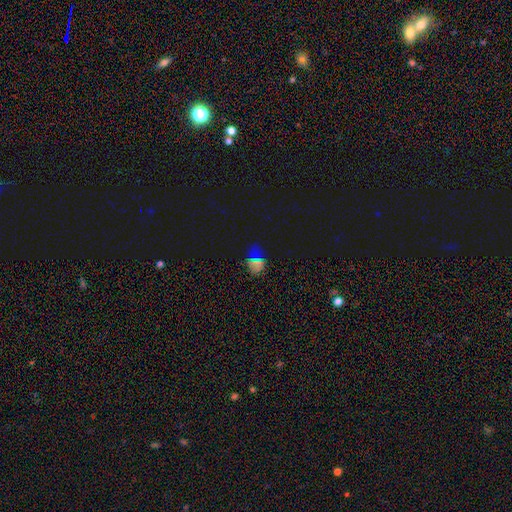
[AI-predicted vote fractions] Smooth or featured? star or artifact (49%)